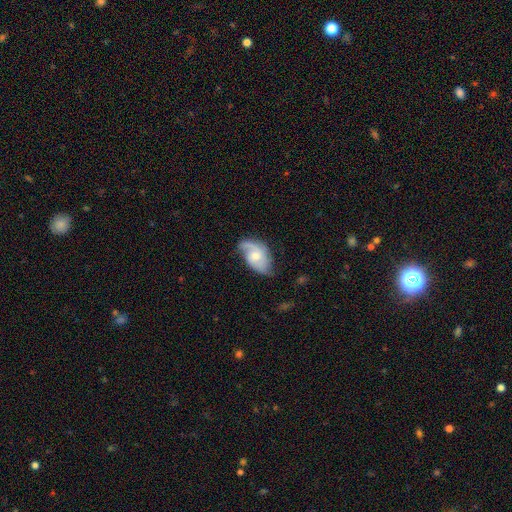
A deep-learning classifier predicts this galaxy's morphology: Overall: featured or disk (71%). Edge-on disk: no (96%). Bar: no (66%; weak 30%). Spiral arms: yes (91%). Spiral arm count: 2 (59%; 1 22%). Spiral winding: medium (42%; loose 36%). Bulge size: moderate (56%; small 37%). Merging: none (54%; minor disturbance 29%).